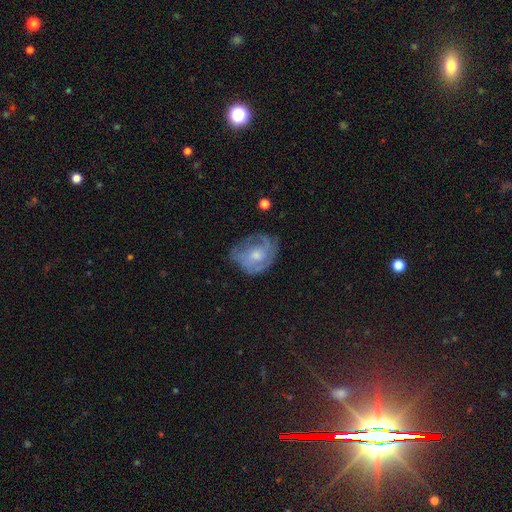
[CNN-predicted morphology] The model was most divided on "bulge size": moderate: 53%, small: 38%, none: 4%, large: 4%, dominant: 1%. More confident: edge-on disk — no (97%); bar — no (73%); spiral arms — yes (69%); smooth or featured — featured or disk (64%); merging — none (55%).